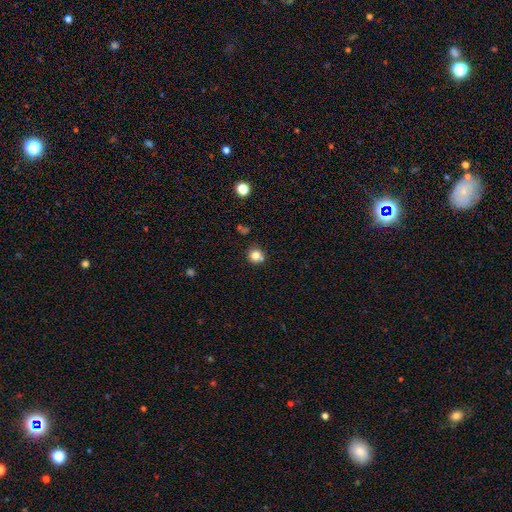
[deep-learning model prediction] Smooth or featured? smooth (80%)
How rounded? round (91%)
Merging? none (77%)